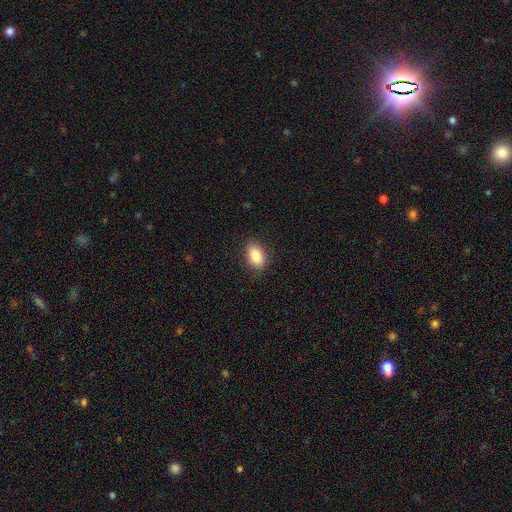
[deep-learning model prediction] smooth_or_featured: smooth (p=0.86) [alt: star or artifact p=0.08]
how_rounded: in between (p=0.90) [alt: round p=0.08]
merging: none (p=0.88) [alt: minor disturbance p=0.09]